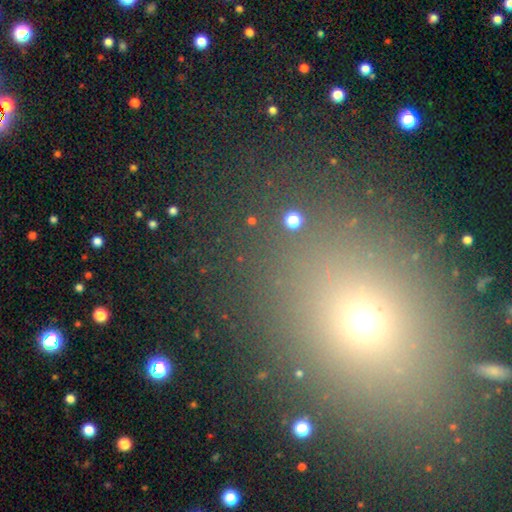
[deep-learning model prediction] Smooth or featured: smooth — 49% (star or artifact — 42%)
Merging: none — 84% (minor disturbance — 8%)